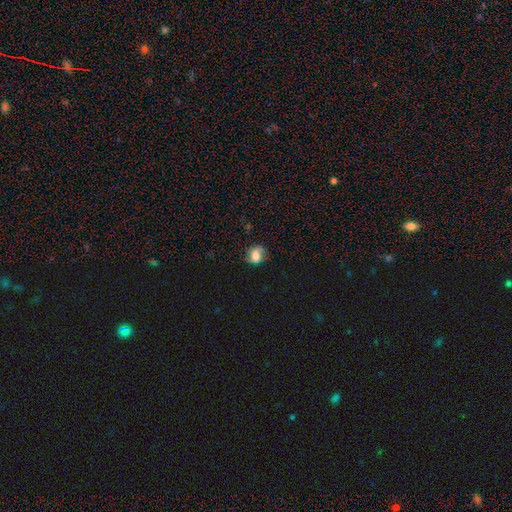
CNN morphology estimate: This appears to be a smooth galaxy with no disk features (46%). Merging: none (74%).